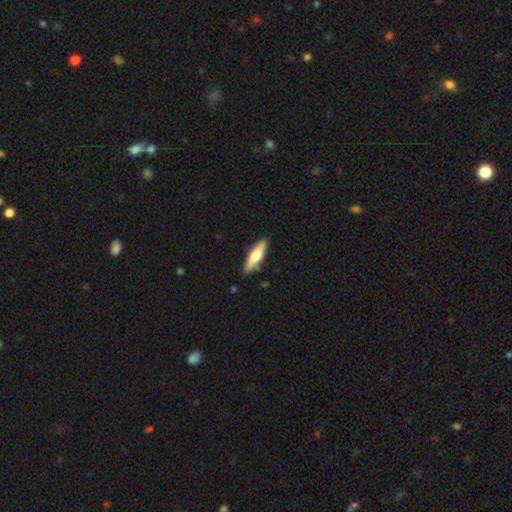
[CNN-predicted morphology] Q: Smooth or featured?
A: smooth (59%); runner-up: featured or disk (36%)
Q: How rounded?
A: cigar-shaped (62%); runner-up: in between (36%)
Q: Merging?
A: none (86%); runner-up: minor disturbance (11%)